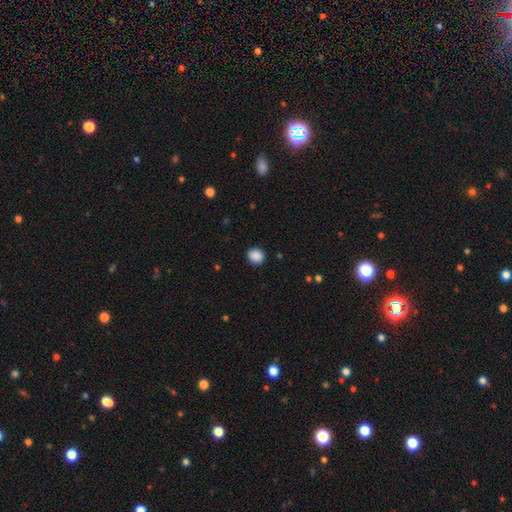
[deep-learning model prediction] Smooth or featured?
  - smooth: 89% *
  - star or artifact: 9%
  - featured or disk: 3%
How rounded?
  - round: 81% *
  - in between: 18%
  - cigar-shaped: 1%
Merging?
  - none: 91% *
  - minor disturbance: 6%
  - major disturbance: 2%
  - merger: 1%